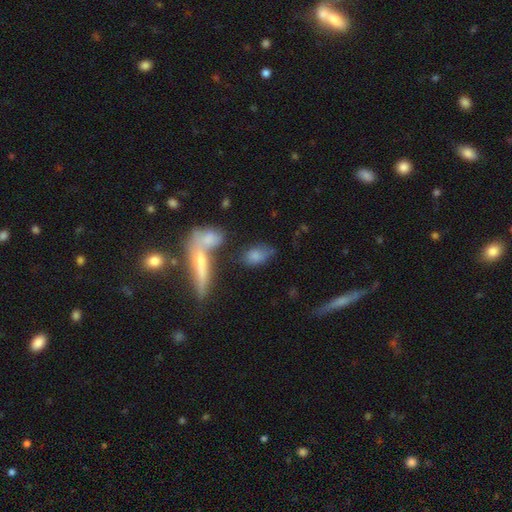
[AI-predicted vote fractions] The model was most divided on "merging": none: 49%, minor disturbance: 21%, merger: 19%, major disturbance: 10%. More confident: how rounded — in between (81%); smooth or featured — smooth (74%).